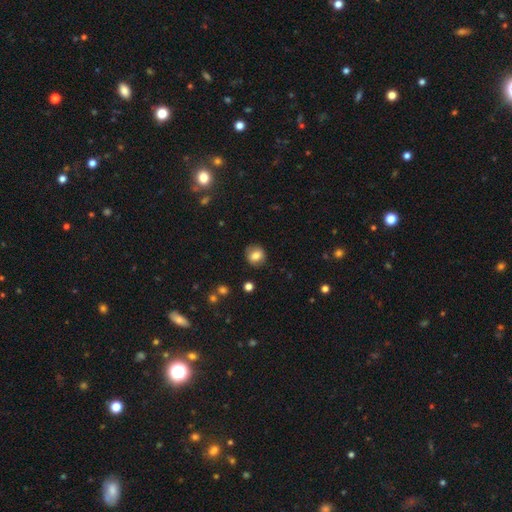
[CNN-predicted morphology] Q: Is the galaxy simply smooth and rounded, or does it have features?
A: smooth — 78%.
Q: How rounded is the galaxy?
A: round — 79%.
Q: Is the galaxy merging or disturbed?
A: none — 85%.